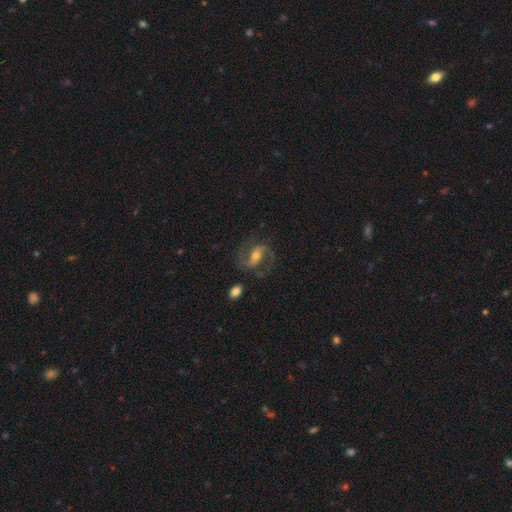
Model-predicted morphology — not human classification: smooth-or-featured: featured or disk: 87% | smooth: 7% | star or artifact: 6%
  disk-edge-on: no: 97% | yes: 3%
    bar: strong: 45% | weak: 37% | no: 19%
    has-spiral-arms: yes: 96% | no: 4%
      spiral-winding: medium: 59% | loose: 25% | tight: 17%
      spiral-arm-count: 2: 91% | can't tell: 3% | 1: 2% | 3: 2% | 4: 1% | more than 4: 1%
    bulge-size: moderate: 57% | small: 36% | large: 4% | none: 2% | dominant: 1%
  merging: none: 76% | minor disturbance: 13% | major disturbance: 8% | merger: 2%